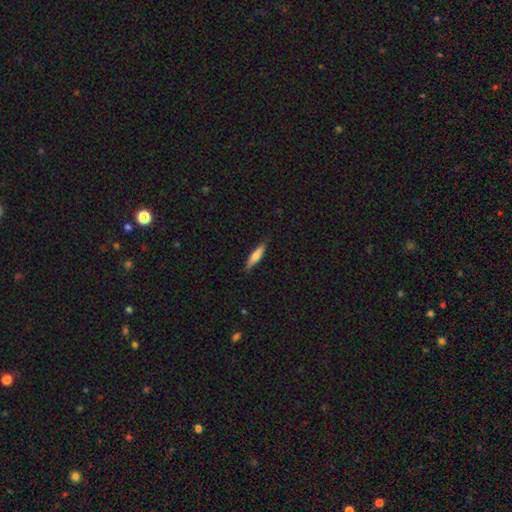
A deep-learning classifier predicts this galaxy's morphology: smooth-or-featured: smooth: 62% | featured or disk: 32% | star or artifact: 6%
  how-rounded: cigar-shaped: 80% | in between: 18% | round: 2%
  merging: none: 86% | minor disturbance: 11% | major disturbance: 2% | merger: 1%